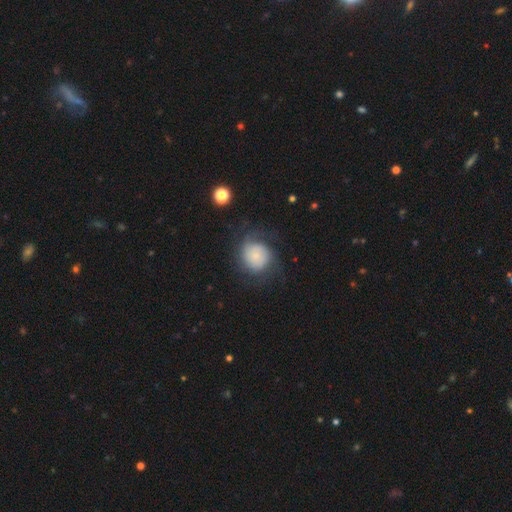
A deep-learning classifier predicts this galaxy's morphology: Overall: smooth (58%; featured or disk 33%). How rounded: round (80%). Merging: none (54%; minor disturbance 24%).